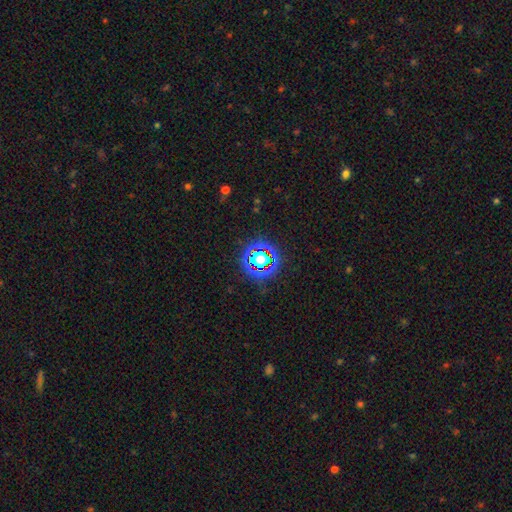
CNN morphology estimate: Smooth or featured? star or artifact (79%)